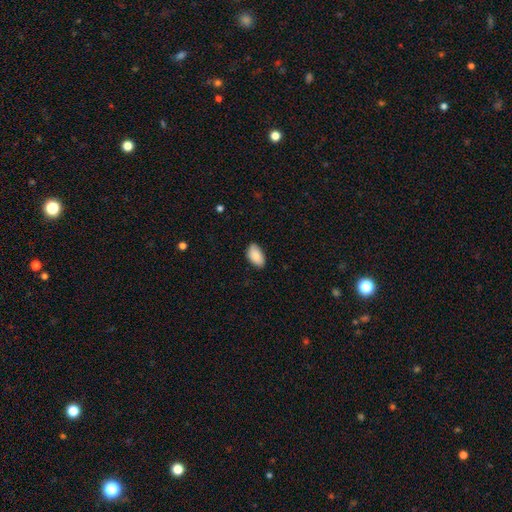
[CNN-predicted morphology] smooth 88%, star or artifact 6%, featured or disk 5%. Down the decision tree: how rounded — in between (94%); merging — none (79%).